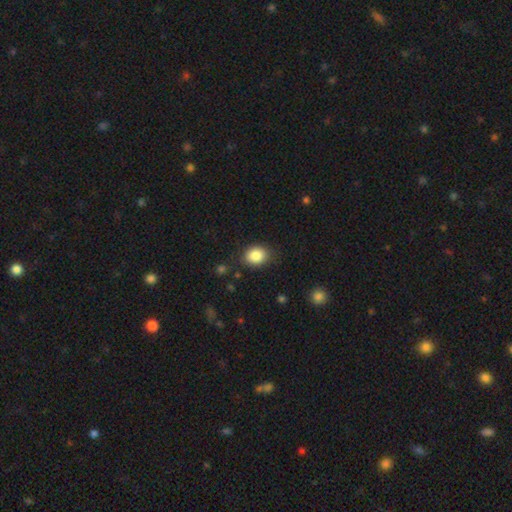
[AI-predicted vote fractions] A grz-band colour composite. It shows a smooth galaxy with no disk features (86%) that is round (50%). Merging: none (84%).